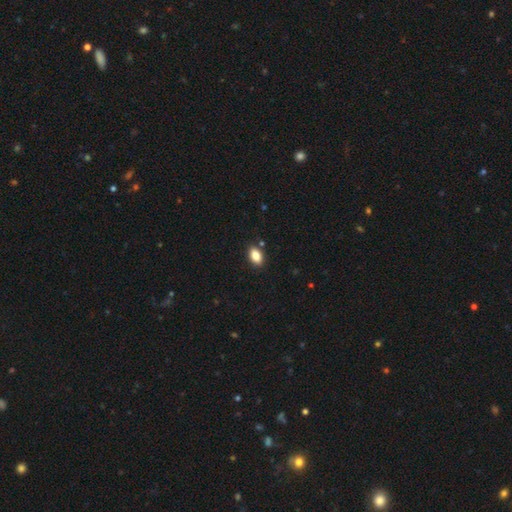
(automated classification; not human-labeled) This appears to be a smooth galaxy with no disk features (85%) that is in between round and cigar-shaped (89%). Merging: none (86%).